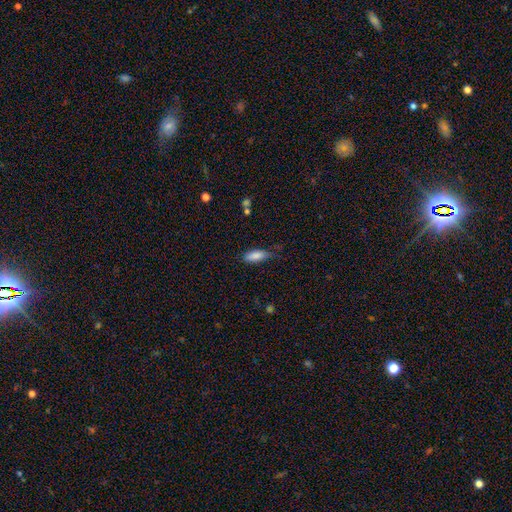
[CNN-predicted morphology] Smooth or featured: smooth — 86% (featured or disk — 7%)
How rounded: in between — 75% (cigar-shaped — 23%)
Merging: none — 64% (minor disturbance — 28%)